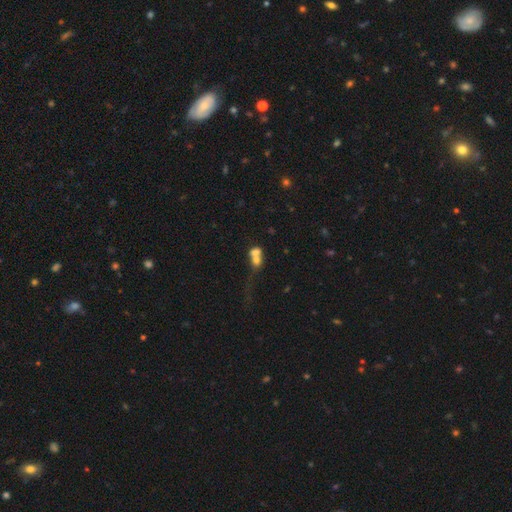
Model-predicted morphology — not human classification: Smooth or featured? smooth (63%)
How rounded? in between (51%)
Merging? merger (69%)